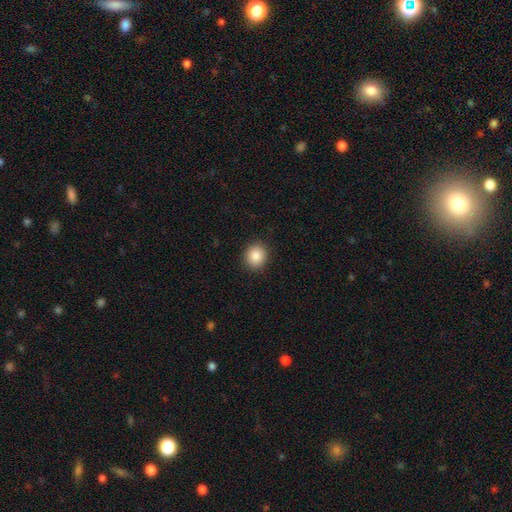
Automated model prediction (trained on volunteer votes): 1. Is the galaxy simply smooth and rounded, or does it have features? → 86% smooth, 9% star or artifact, 5% featured or disk.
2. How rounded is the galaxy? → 78% round, 21% in between, 1% cigar-shaped.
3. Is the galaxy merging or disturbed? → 90% none, 7% minor disturbance, 2% major disturbance, 1% merger.